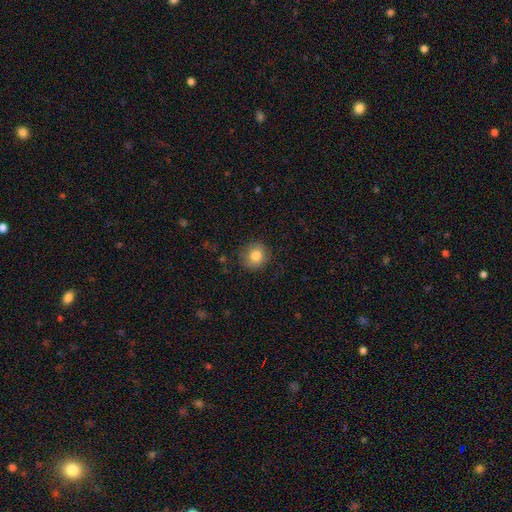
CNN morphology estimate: The model was most divided on "smooth or featured": smooth: 82%, star or artifact: 9%, featured or disk: 9%. More confident: how rounded — round (88%); merging — none (84%).